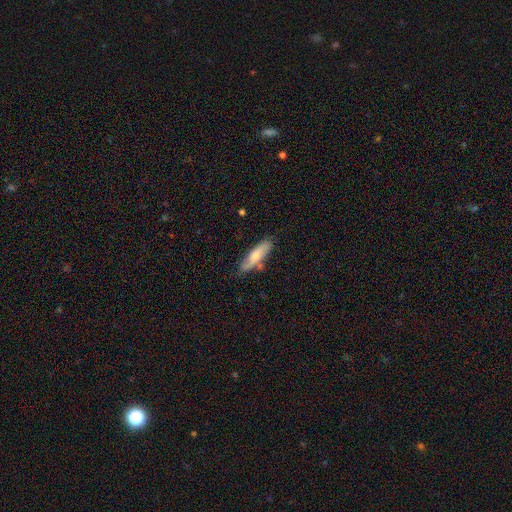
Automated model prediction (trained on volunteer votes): smooth_or_featured: smooth (p=0.65) [alt: featured or disk p=0.29]
how_rounded: cigar-shaped (p=0.59) [alt: in between p=0.39]
merging: none (p=0.73) [alt: minor disturbance p=0.18]